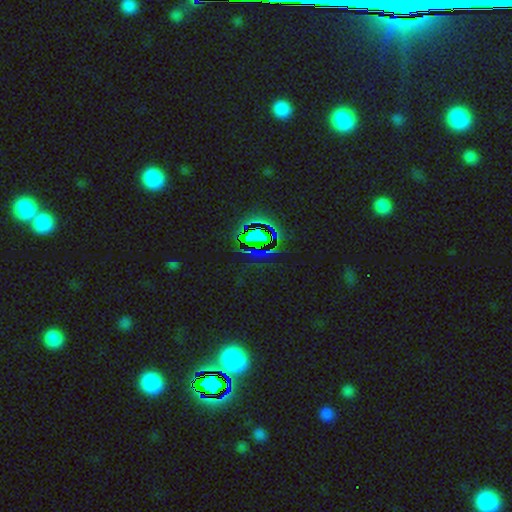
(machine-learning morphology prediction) Smooth or featured? star or artifact (76%)